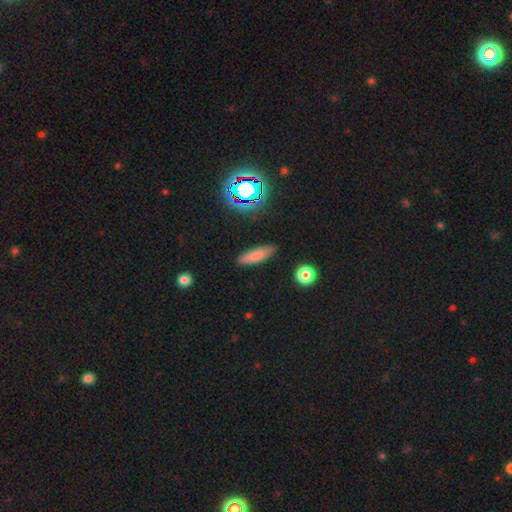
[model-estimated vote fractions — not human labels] This is likely a smooth galaxy (77%). How rounded: possibly cigar-shaped (58%). Merging: clearly none (85%).